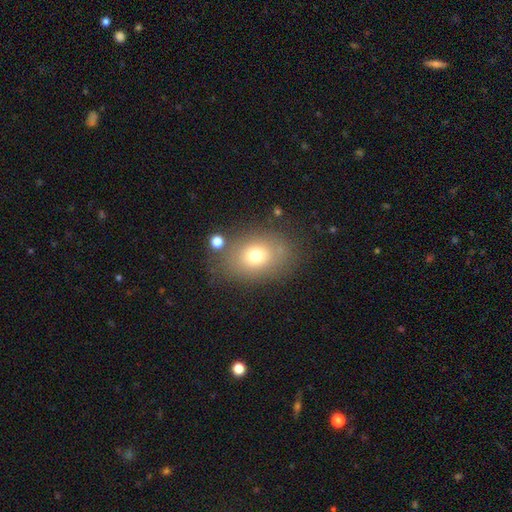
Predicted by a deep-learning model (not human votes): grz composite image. It shows a smooth galaxy with no disk features (72%) that is in between round and cigar-shaped (67%). Merging: none (75%).